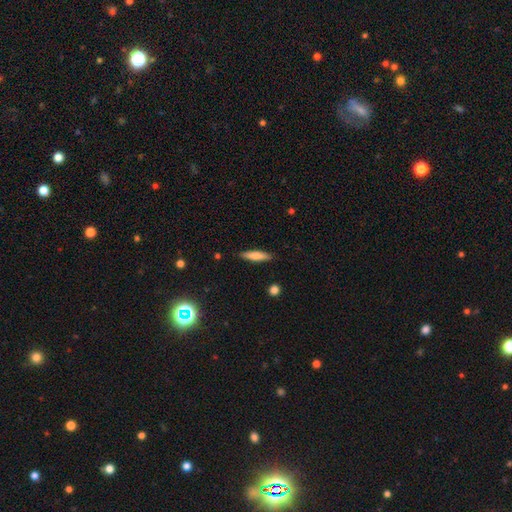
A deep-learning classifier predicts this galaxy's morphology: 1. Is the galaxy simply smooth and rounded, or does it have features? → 71% smooth, 22% featured or disk, 7% star or artifact.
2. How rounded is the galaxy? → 81% cigar-shaped, 17% in between, 2% round.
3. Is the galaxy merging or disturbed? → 89% none, 8% minor disturbance, 2% major disturbance, 1% merger.